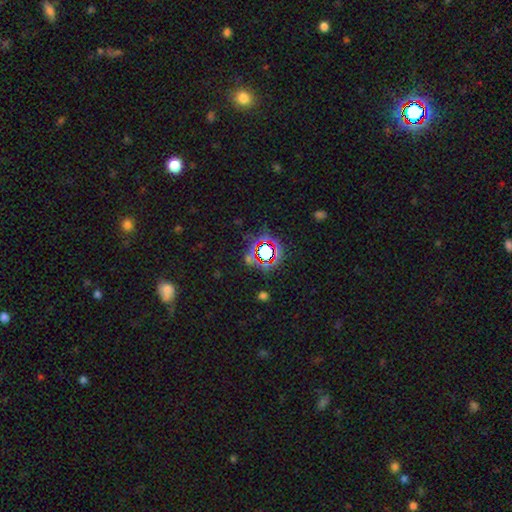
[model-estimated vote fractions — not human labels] smooth_or_featured: star or artifact (p=0.74) [alt: smooth p=0.16]